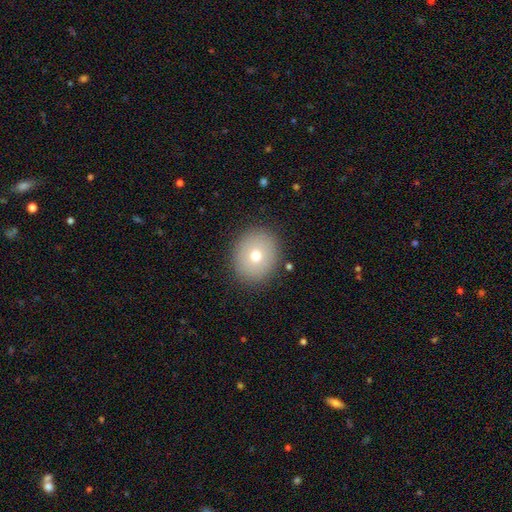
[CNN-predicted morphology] Smooth or featured? smooth (71%)
How rounded? round (72%)
Merging? none (89%)